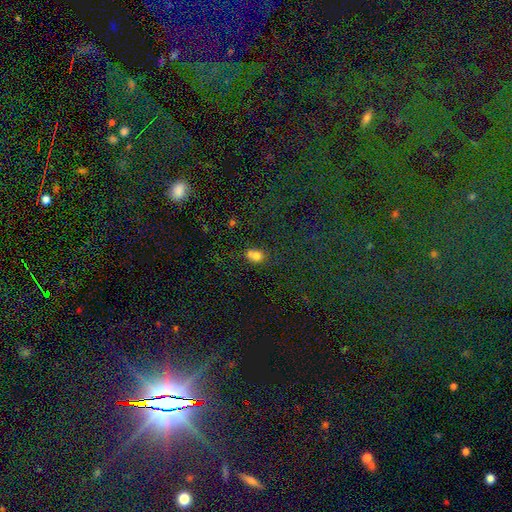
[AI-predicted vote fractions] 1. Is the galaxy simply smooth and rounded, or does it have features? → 76% smooth, 14% star or artifact, 10% featured or disk.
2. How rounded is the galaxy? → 54% in between, 45% round, 2% cigar-shaped.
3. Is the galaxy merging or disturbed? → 50% none, 23% merger, 19% minor disturbance, 7% major disturbance.